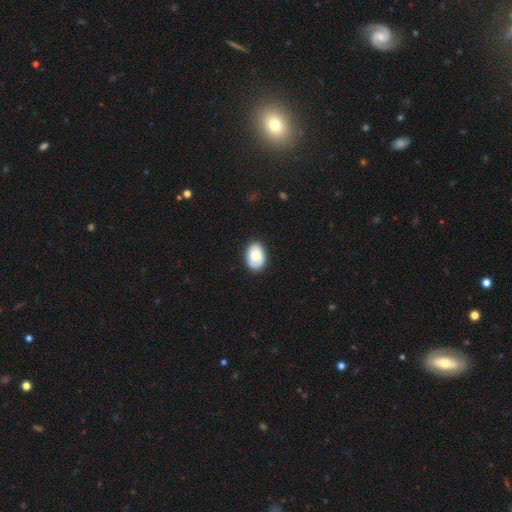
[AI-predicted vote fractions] This appears to be a smooth galaxy with no disk features (74%) that is in between round and cigar-shaped (85%). Merging: none (84%).